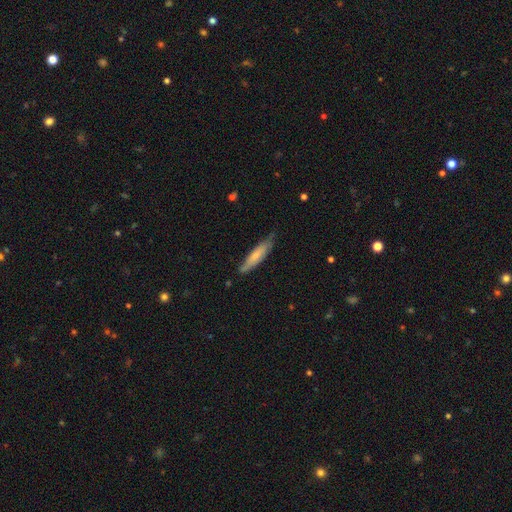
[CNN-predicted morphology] smooth-or-featured: smooth: 66% | featured or disk: 29% | star or artifact: 5%
  how-rounded: cigar-shaped: 81% | in between: 18% | round: 1%
  merging: none: 70% | minor disturbance: 25% | major disturbance: 4% | merger: 2%